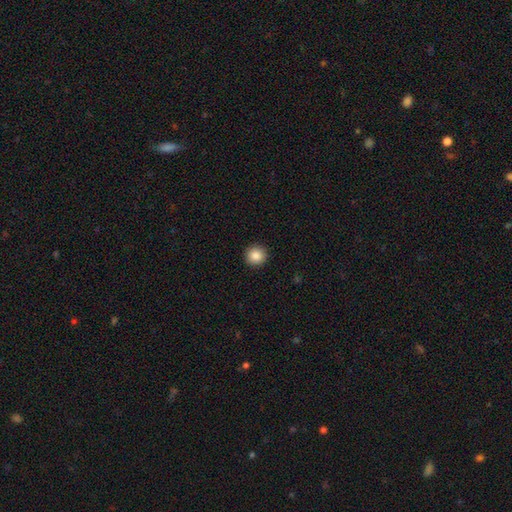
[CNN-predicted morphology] This appears to be a smooth galaxy with no disk features (86%) that is round (95%). Merging: none (93%).